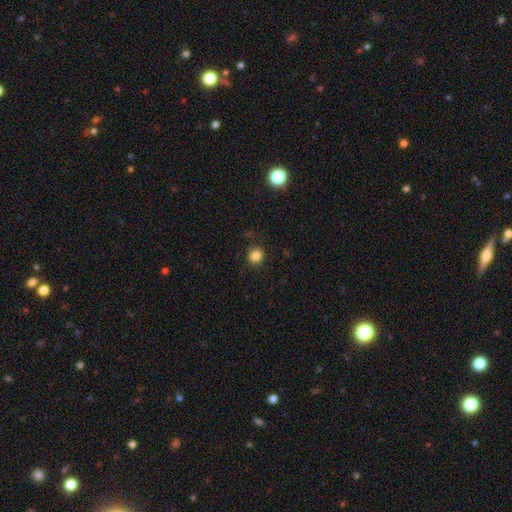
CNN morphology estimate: Smooth or featured: smooth — 84% (star or artifact — 12%)
How rounded: round — 90% (in between — 9%)
Merging: none — 86% (minor disturbance — 9%)